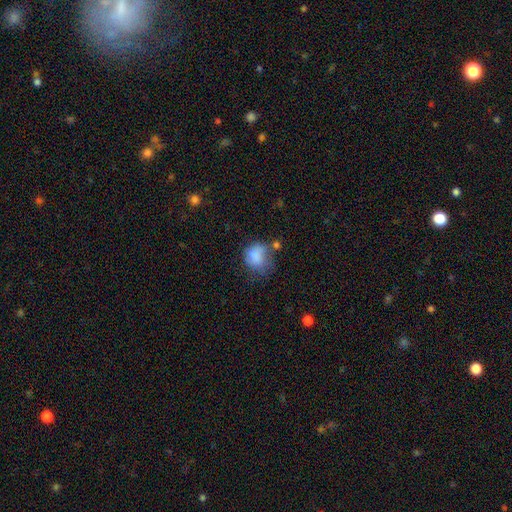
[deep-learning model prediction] Morphology: type=smooth (74%); roundness=round (55%); merging=none (33%).